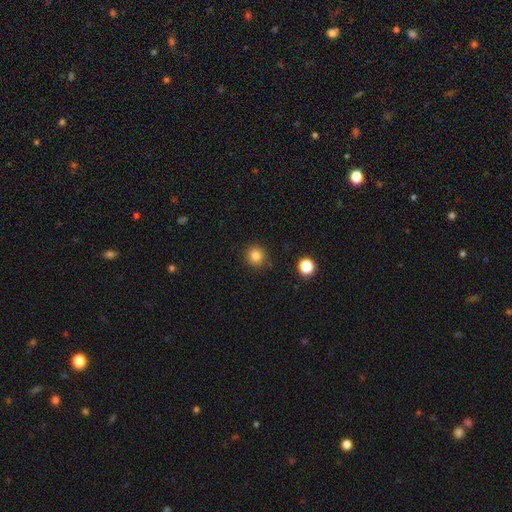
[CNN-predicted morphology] This is clearly a smooth galaxy (83%). How rounded: clearly round (94%). Merging: clearly none (89%).